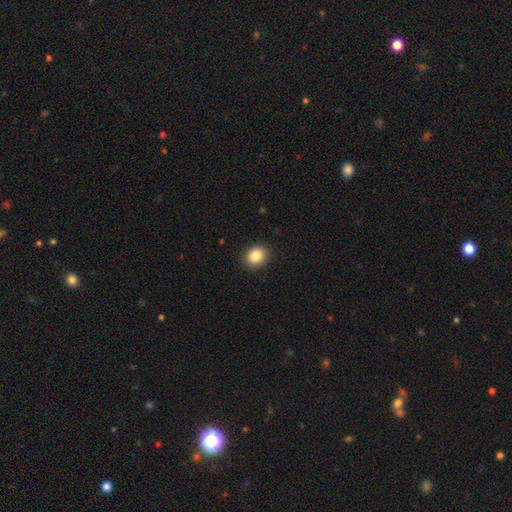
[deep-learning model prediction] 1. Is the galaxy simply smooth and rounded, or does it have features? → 85% smooth, 9% star or artifact, 6% featured or disk.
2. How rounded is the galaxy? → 64% round, 36% in between, 1% cigar-shaped.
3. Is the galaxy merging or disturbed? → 90% none, 7% minor disturbance, 2% major disturbance, 1% merger.